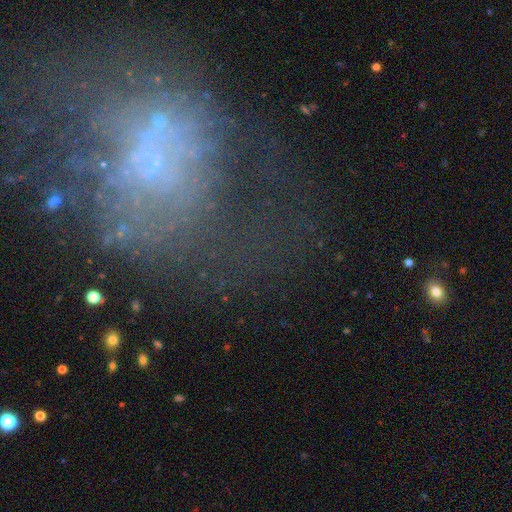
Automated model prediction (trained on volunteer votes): A featured or disk galaxy (46%). Merging: none (41%).